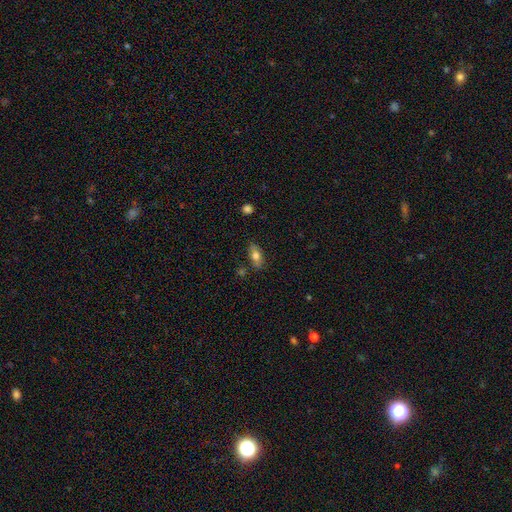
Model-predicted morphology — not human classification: Q: Smooth or featured?
A: smooth (74%); runner-up: featured or disk (19%)
Q: How rounded?
A: in between (85%); runner-up: cigar-shaped (11%)
Q: Merging?
A: none (80%); runner-up: minor disturbance (14%)